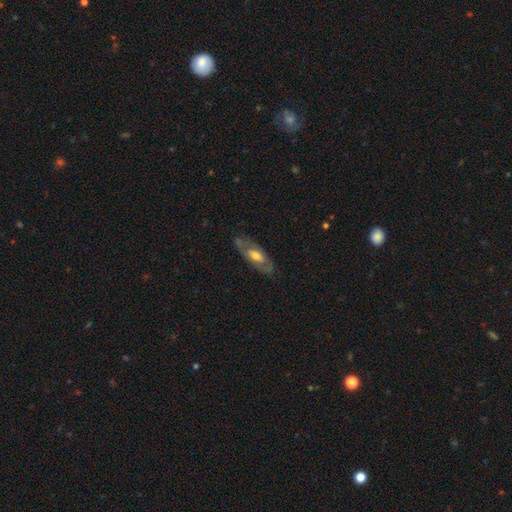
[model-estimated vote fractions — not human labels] The model was most divided on "smooth or featured": featured or disk: 58%, smooth: 36%, star or artifact: 6%. More confident: edge-on disk — no (77%); merging — none (76%).